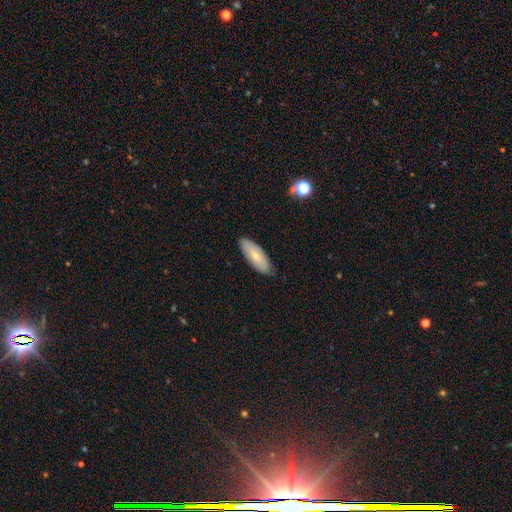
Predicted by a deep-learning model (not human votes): The model was most divided on "smooth or featured": smooth: 66%, featured or disk: 27%, star or artifact: 6%. More confident: merging — none (86%); how rounded — in between (72%).